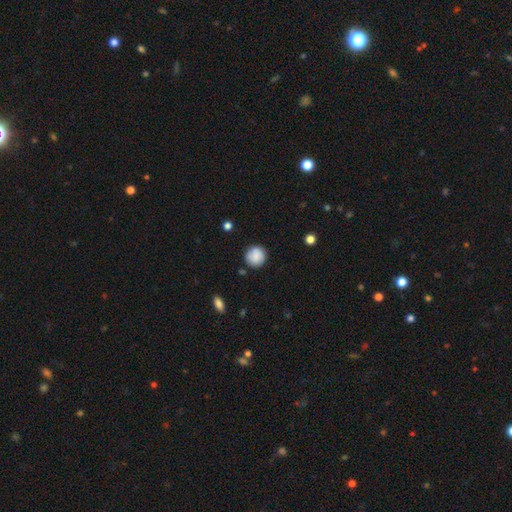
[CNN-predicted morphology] A smooth galaxy with no disk features (87%) that is round (93%).

Vote fractions:
- Smooth or featured? smooth: 87% / star or artifact: 8% / featured or disk: 6%
- How rounded? round: 93% / in between: 6% / cigar-shaped: 1%
- Merging? none: 86% / minor disturbance: 10% / major disturbance: 2% / merger: 2%